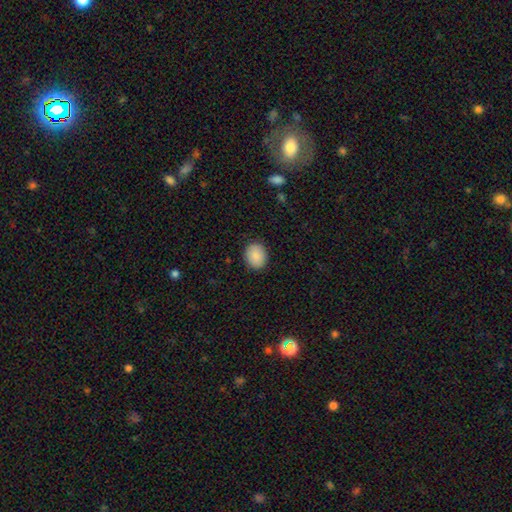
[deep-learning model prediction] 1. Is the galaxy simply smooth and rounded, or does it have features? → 88% smooth, 8% star or artifact, 5% featured or disk.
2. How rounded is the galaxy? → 59% round, 40% in between, 1% cigar-shaped.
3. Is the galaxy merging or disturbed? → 89% none, 8% minor disturbance, 2% major disturbance, 1% merger.